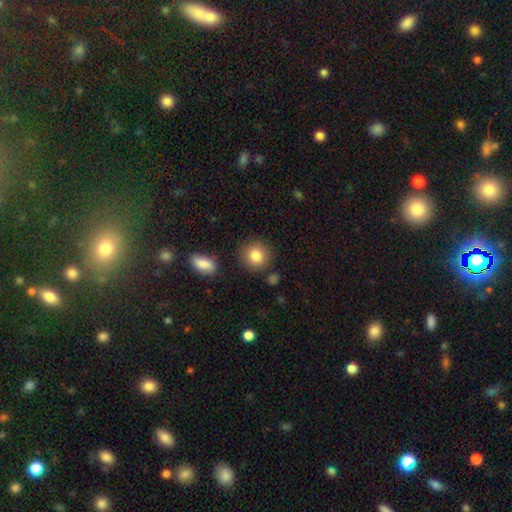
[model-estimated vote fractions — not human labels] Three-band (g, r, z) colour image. It shows a smooth galaxy with no disk features (84%) that is round (89%). Merging: none (85%).